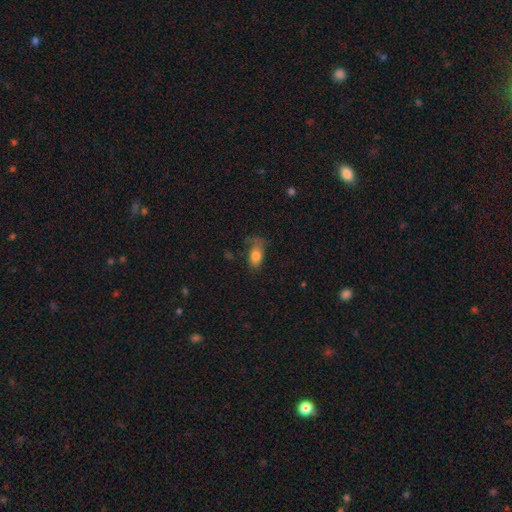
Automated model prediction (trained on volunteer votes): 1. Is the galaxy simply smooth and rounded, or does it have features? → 79% smooth, 12% featured or disk, 9% star or artifact.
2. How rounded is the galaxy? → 87% in between, 8% round, 5% cigar-shaped.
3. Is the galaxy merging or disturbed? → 40% none, 30% minor disturbance, 27% major disturbance, 3% merger.